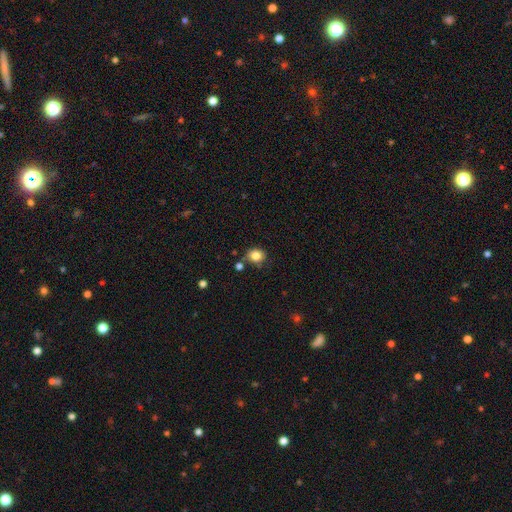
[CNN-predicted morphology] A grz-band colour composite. It shows a smooth galaxy with no disk features (82%) that is round (65%). Merging: none (71%).